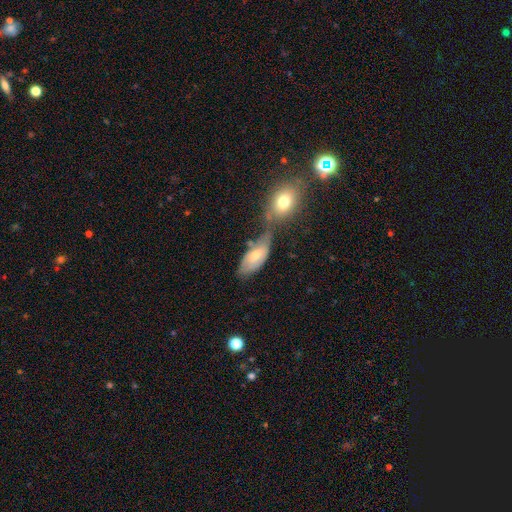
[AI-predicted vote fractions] Smooth or featured?
  - smooth: 60% *
  - featured or disk: 33%
  - star or artifact: 7%
How rounded?
  - in between: 87% *
  - cigar-shaped: 8%
  - round: 4%
Merging?
  - merger: 41% *
  - none: 30%
  - minor disturbance: 19%
  - major disturbance: 10%